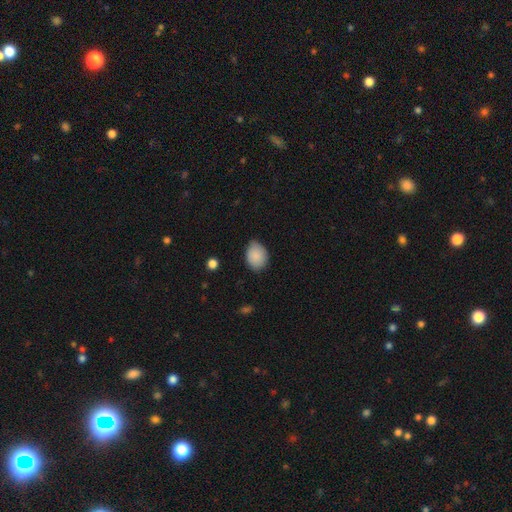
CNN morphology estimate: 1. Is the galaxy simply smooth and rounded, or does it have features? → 88% smooth, 7% star or artifact, 5% featured or disk.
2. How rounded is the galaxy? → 65% in between, 34% round, 1% cigar-shaped.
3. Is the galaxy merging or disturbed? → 69% none, 26% minor disturbance, 4% major disturbance, 1% merger.